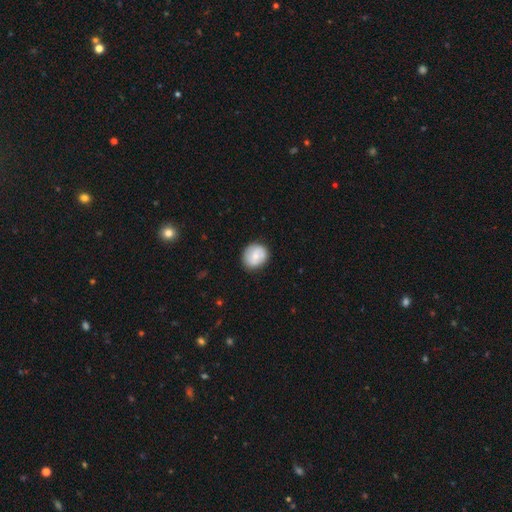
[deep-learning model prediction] This is likely a smooth galaxy (67%). How rounded: clearly round (81%). Merging: clearly none (81%).